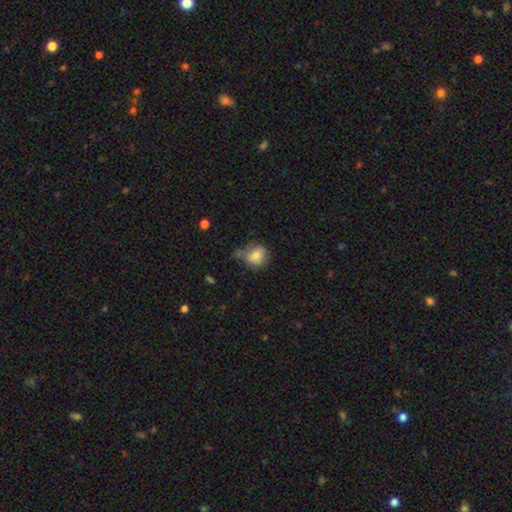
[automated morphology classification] smooth_or_featured: smooth (p=0.77) [alt: featured or disk p=0.13]
how_rounded: round (p=0.65) [alt: in between p=0.34]
merging: none (p=0.50) [alt: minor disturbance p=0.29]